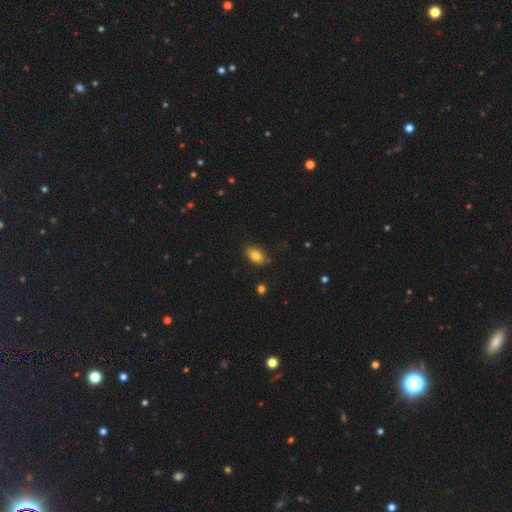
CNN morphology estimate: type=smooth (82%); roundness=in between (88%); merging=none (78%).